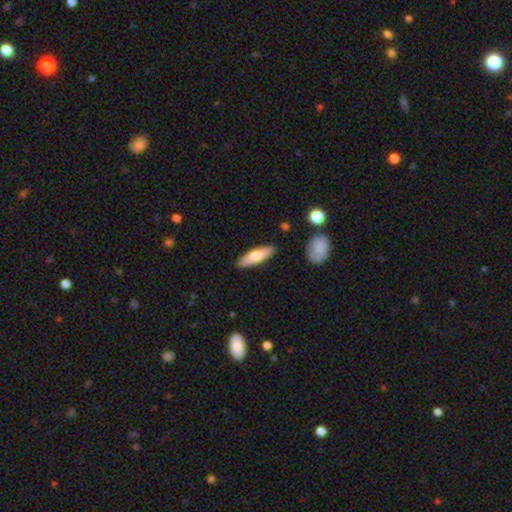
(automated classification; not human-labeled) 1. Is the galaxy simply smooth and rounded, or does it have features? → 66% smooth, 28% featured or disk, 6% star or artifact.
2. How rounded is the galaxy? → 54% cigar-shaped, 44% in between, 2% round.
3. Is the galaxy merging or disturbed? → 88% none, 9% minor disturbance, 2% major disturbance, 2% merger.